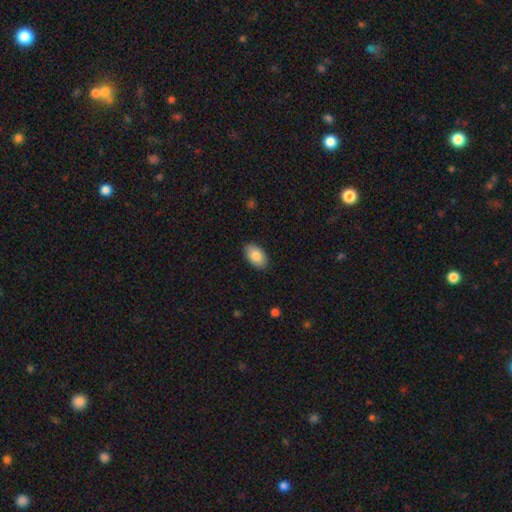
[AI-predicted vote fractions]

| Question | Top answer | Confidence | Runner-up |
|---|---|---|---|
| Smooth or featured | smooth | 85% | featured or disk (9%) |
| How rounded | in between | 94% | round (4%) |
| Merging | none | 88% | minor disturbance (9%) |